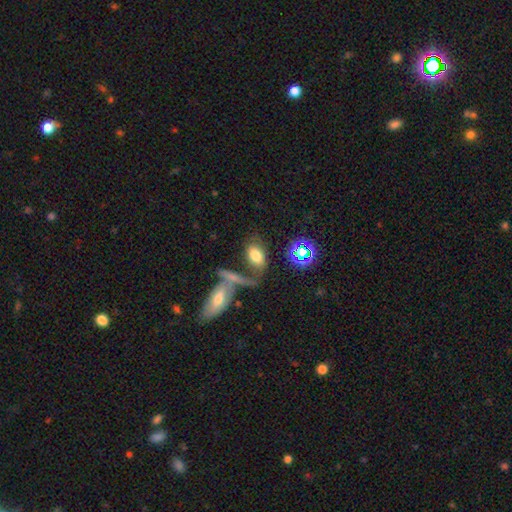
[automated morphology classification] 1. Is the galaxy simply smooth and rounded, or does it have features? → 69% smooth, 18% featured or disk, 13% star or artifact.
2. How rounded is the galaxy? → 89% in between, 6% round, 4% cigar-shaped.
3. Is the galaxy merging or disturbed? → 44% none, 30% merger, 14% minor disturbance, 11% major disturbance.